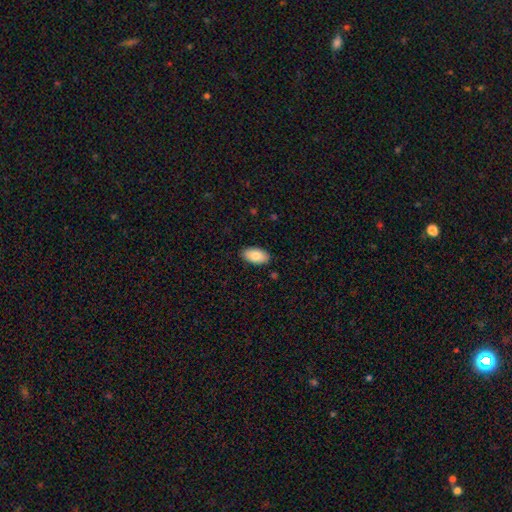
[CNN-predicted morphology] A smooth galaxy with no disk features (82%) that is in between round and cigar-shaped (95%). Merging: none (88%).